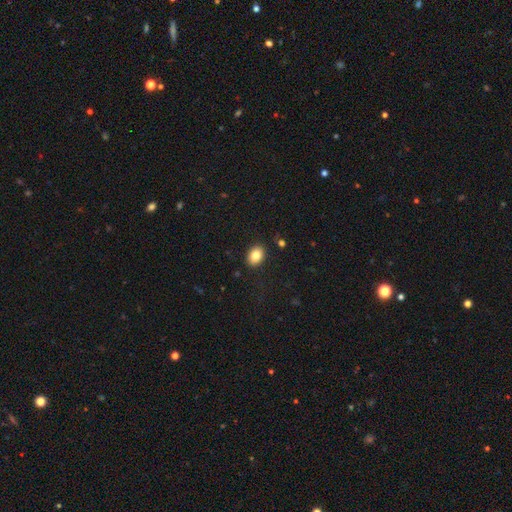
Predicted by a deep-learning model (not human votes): smooth-or-featured: smooth: 83% | featured or disk: 9% | star or artifact: 9%
  how-rounded: in between: 78% | round: 21% | cigar-shaped: 1%
  merging: none: 88% | minor disturbance: 8% | major disturbance: 2% | merger: 1%